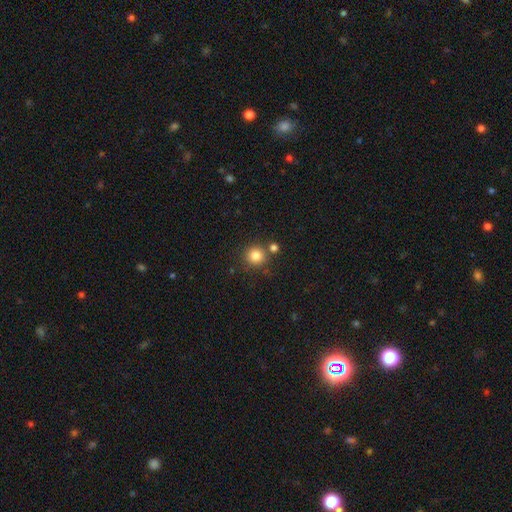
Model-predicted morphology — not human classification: Smooth or featured?
  - smooth: 83% *
  - star or artifact: 12%
  - featured or disk: 6%
How rounded?
  - round: 92% *
  - in between: 7%
  - cigar-shaped: 1%
Merging?
  - none: 77% *
  - merger: 12%
  - minor disturbance: 8%
  - major disturbance: 3%